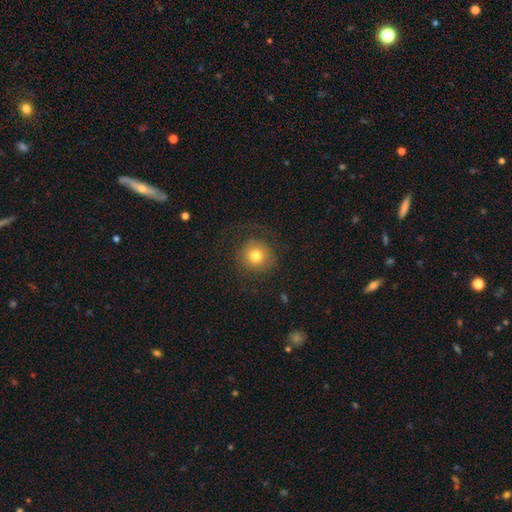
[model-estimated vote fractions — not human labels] smooth-or-featured: smooth: 75% | featured or disk: 15% | star or artifact: 10%
  how-rounded: round: 91% | in between: 8% | cigar-shaped: 1%
  merging: none: 76% | minor disturbance: 12% | major disturbance: 11% | merger: 1%